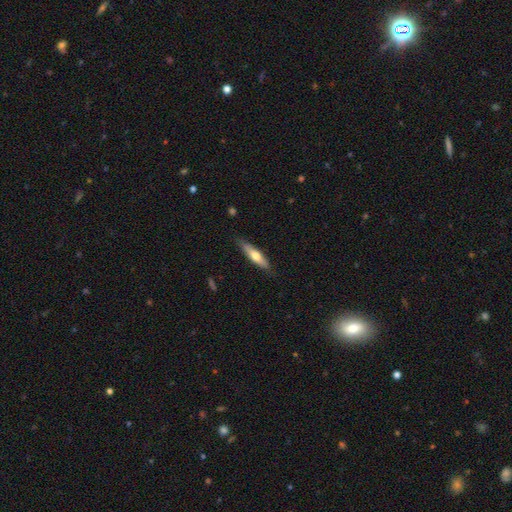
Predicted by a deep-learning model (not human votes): A smooth galaxy with no disk features (57%) that is cigar-shaped (73%). Merging: none (81%).